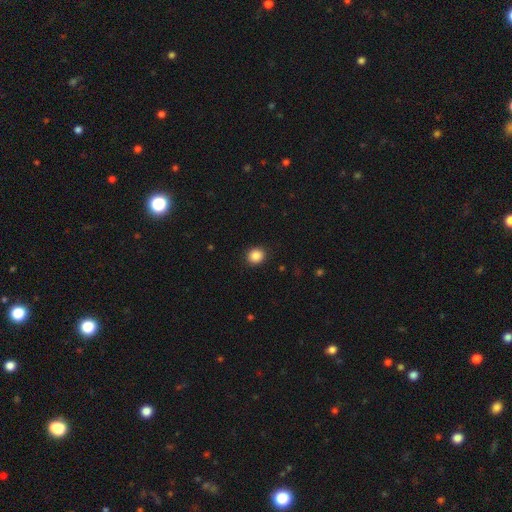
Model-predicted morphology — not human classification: Smooth or featured? Predicted: smooth (p=0.87). How rounded? Predicted: round (p=0.83). Merging? Predicted: none (p=0.91).